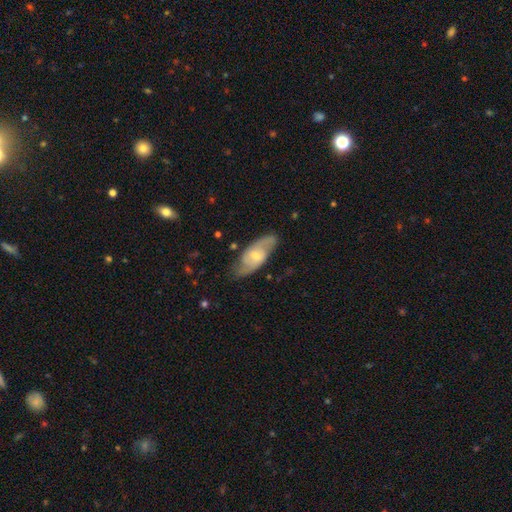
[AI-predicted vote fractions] Morphology: type=featured or disk (63%); edge-on=no (88%); bar=weak (46%); spiral arms=yes (84%); bulge=moderate (47%); merging=none (75%).